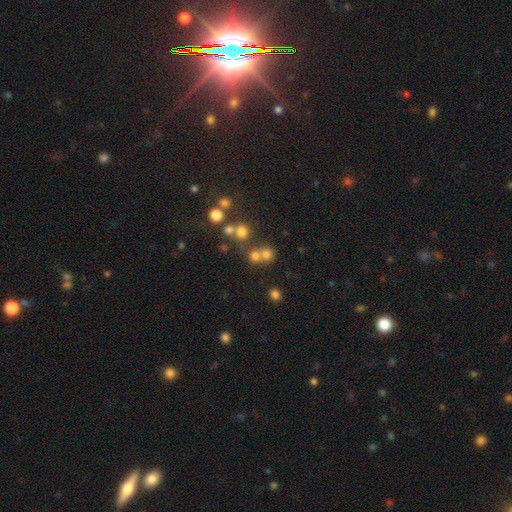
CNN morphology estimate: Smooth or featured: smooth — 67% (star or artifact — 20%)
How rounded: round — 86% (in between — 13%)
Merging: none — 53% (merger — 37%)